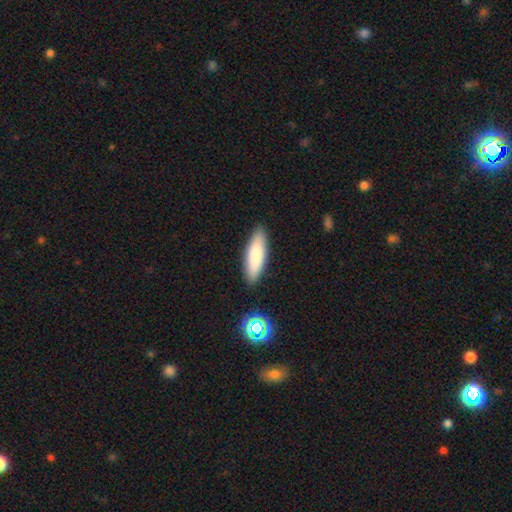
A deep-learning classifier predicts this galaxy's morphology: Smooth or featured?
  - smooth: 81% *
  - featured or disk: 12%
  - star or artifact: 7%
How rounded?
  - cigar-shaped: 51% *
  - in between: 47%
  - round: 2%
Merging?
  - none: 87% *
  - minor disturbance: 9%
  - major disturbance: 2%
  - merger: 2%